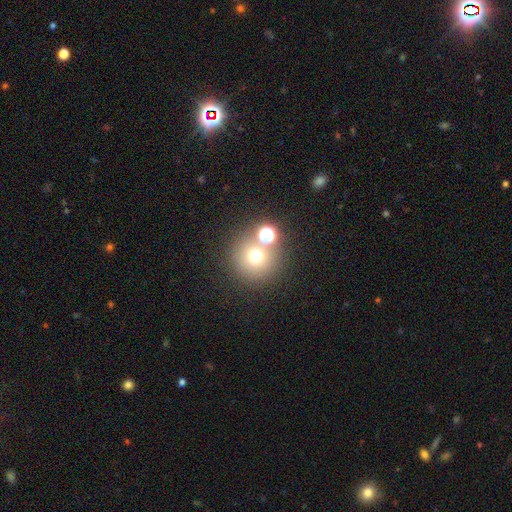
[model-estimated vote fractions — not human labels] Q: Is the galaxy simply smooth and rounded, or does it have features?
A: smooth — 68%.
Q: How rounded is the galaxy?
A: round — 93%.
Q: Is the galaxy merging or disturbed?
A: none — 67%.